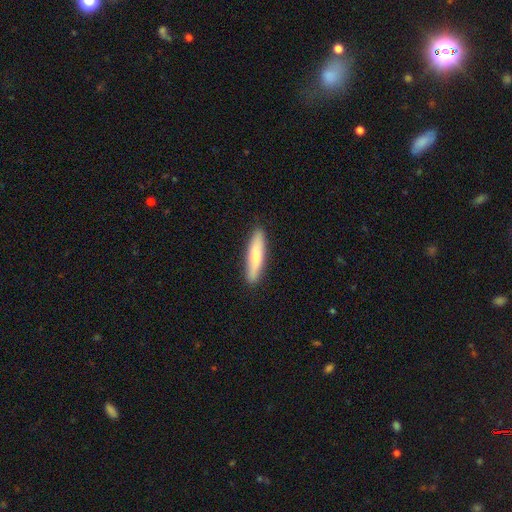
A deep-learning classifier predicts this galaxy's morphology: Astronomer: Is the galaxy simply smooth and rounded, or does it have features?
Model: smooth — 74%.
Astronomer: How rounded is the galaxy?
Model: cigar-shaped — 84%.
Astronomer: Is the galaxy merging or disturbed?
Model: none — 89%.